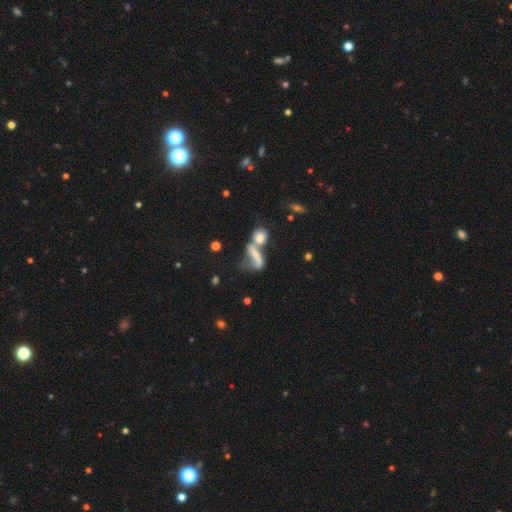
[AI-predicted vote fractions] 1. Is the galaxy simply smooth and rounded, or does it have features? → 46% featured or disk, 42% smooth, 11% star or artifact.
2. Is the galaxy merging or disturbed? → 55% merger, 19% none, 17% major disturbance, 10% minor disturbance.